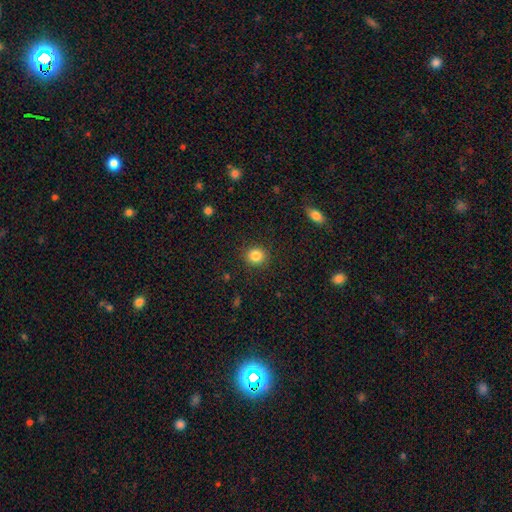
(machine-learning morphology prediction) Smooth or featured?
  - smooth: 84% *
  - star or artifact: 11%
  - featured or disk: 5%
How rounded?
  - round: 86% *
  - in between: 13%
  - cigar-shaped: 1%
Merging?
  - none: 90% *
  - minor disturbance: 7%
  - major disturbance: 2%
  - merger: 1%